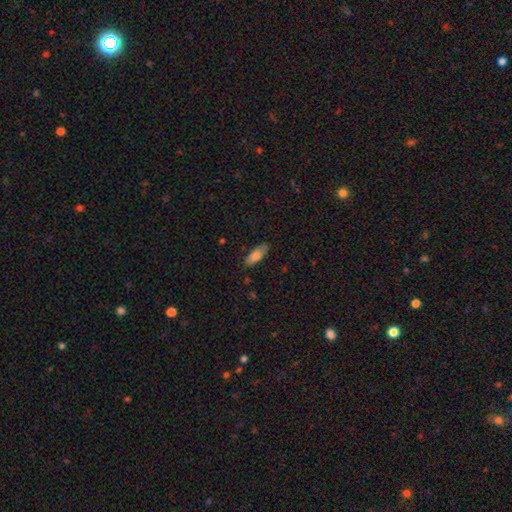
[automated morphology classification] Smooth or featured? smooth (79%)
How rounded? in between (78%)
Merging? none (83%)